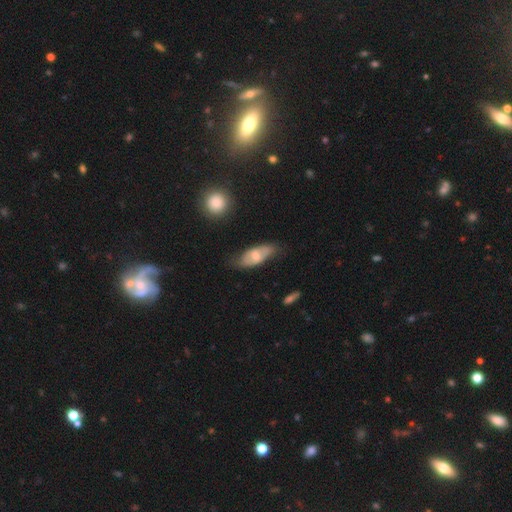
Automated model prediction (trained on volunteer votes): Overall: smooth (49%; featured or disk 45%). Merging: none (62%; minor disturbance 27%).